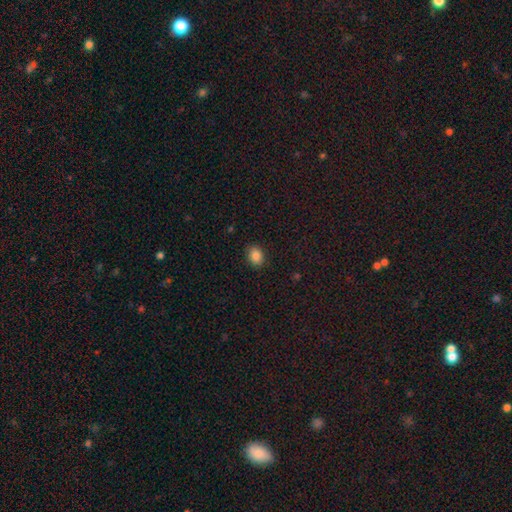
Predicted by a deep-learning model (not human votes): Overall: smooth (86%). How rounded: in between (60%; round 39%). Merging: none (88%).